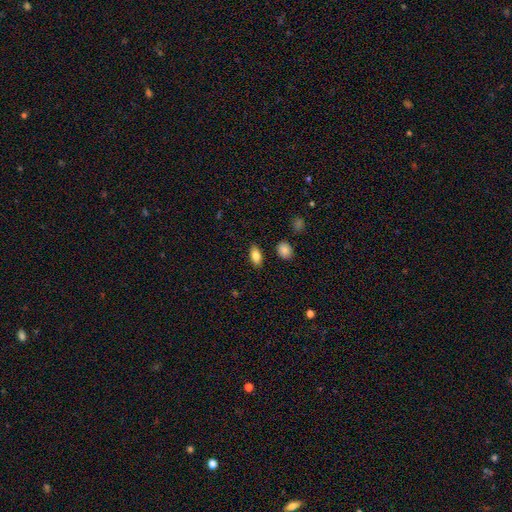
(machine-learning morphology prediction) This is clearly a smooth galaxy (85%). How rounded: clearly in between (90%). Merging: clearly none (87%).